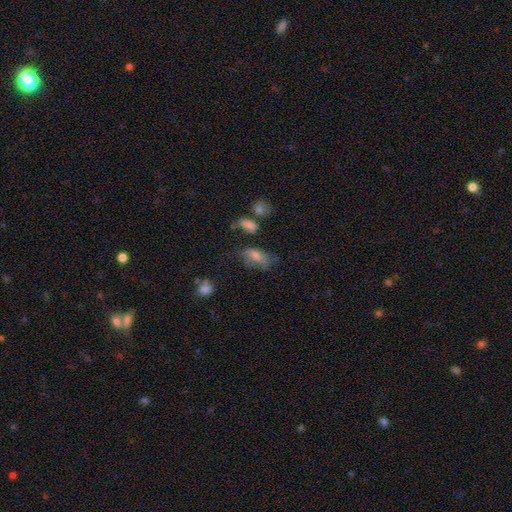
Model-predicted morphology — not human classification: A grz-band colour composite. It shows a smooth galaxy with no disk features (61%) that is in between round and cigar-shaped (86%). Merging: none (47%).